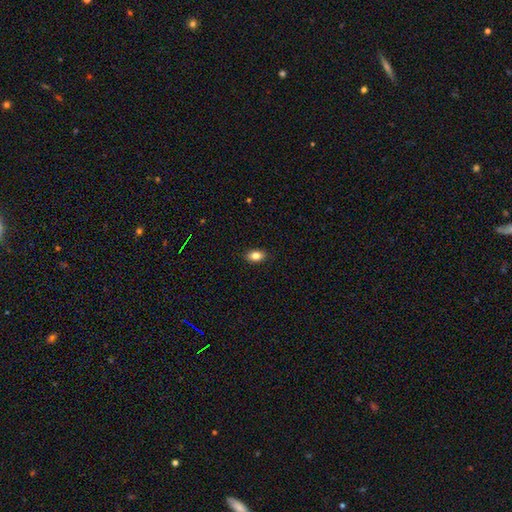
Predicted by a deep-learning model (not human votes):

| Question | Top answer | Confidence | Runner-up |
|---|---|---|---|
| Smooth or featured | smooth | 84% | star or artifact (9%) |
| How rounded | in between | 85% | round (13%) |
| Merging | none | 89% | minor disturbance (8%) |